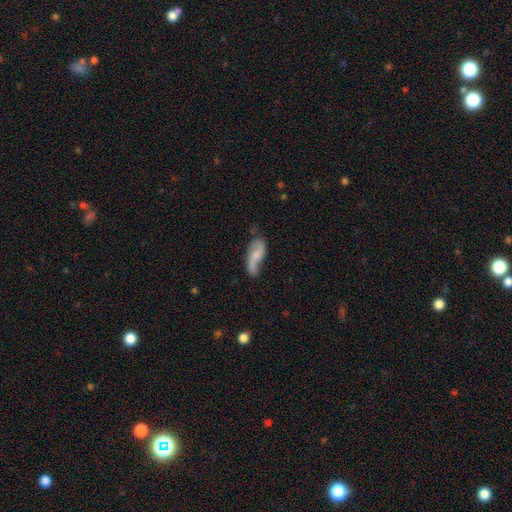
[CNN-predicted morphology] type=featured or disk (54%); edge-on=no (91%); merging=none (45%).